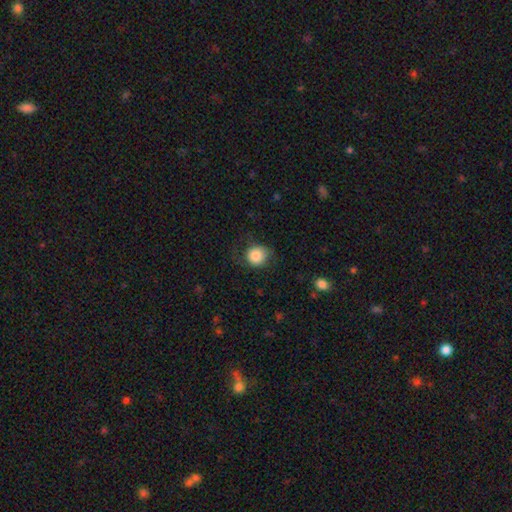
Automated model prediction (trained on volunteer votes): Smooth or featured? Predicted: smooth (p=0.83). How rounded? Predicted: round (p=0.88). Merging? Predicted: none (p=0.74).